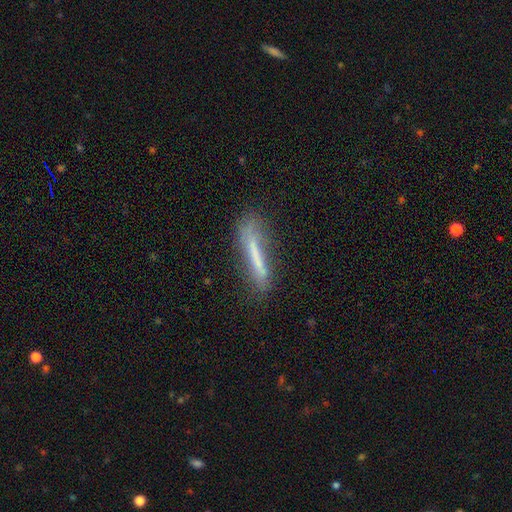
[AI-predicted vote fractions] Smooth or featured?
  - smooth: 53% *
  - featured or disk: 39%
  - star or artifact: 9%
How rounded?
  - cigar-shaped: 92% *
  - in between: 7%
  - round: 1%
Merging?
  - none: 65% *
  - minor disturbance: 23%
  - major disturbance: 9%
  - merger: 3%